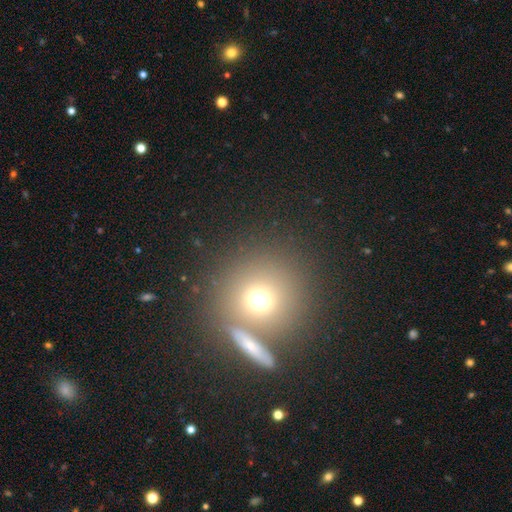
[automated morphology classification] smooth-or-featured: smooth: 56% | star or artifact: 27% | featured or disk: 17%
  how-rounded: round: 91% | in between: 8% | cigar-shaped: 1%
  merging: none: 65% | merger: 22% | minor disturbance: 9% | major disturbance: 5%